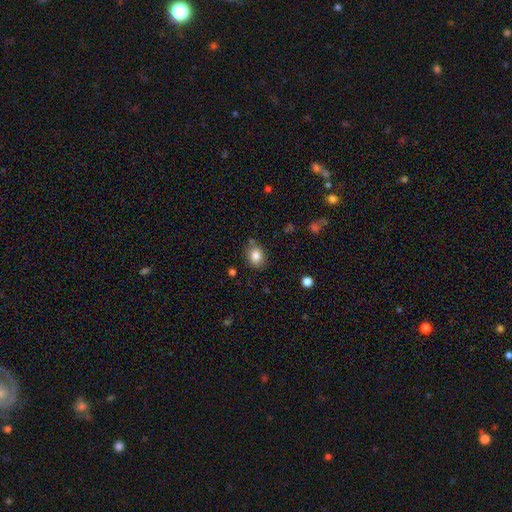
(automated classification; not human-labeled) A smooth galaxy with no disk features (83%) that is round (58%).

Vote fractions:
- Smooth or featured? smooth: 83% / star or artifact: 10% / featured or disk: 7%
- How rounded? round: 58% / in between: 41% / cigar-shaped: 1%
- Merging? none: 79% / minor disturbance: 13% / merger: 4% / major disturbance: 3%